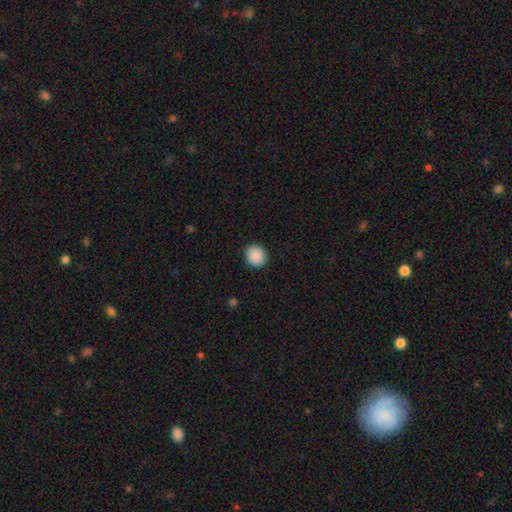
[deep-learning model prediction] Overall: smooth (90%). How rounded: round (85%). Merging: none (91%).